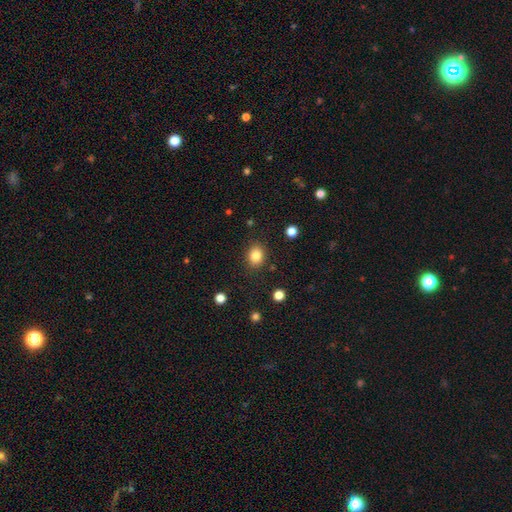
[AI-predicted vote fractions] A smooth galaxy with no disk features (84%) that is round (55%). Merging: none (87%).